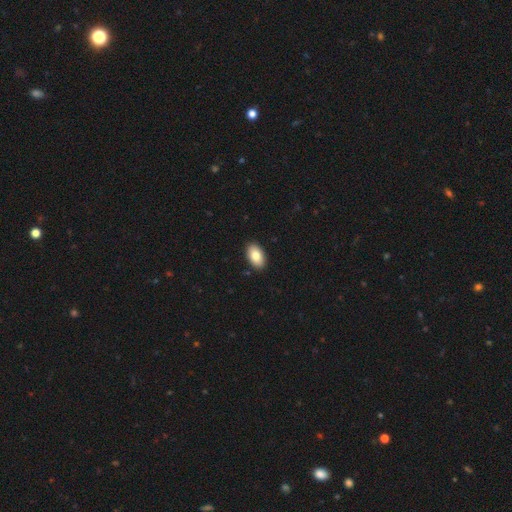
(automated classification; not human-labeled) Q: Smooth or featured?
A: smooth (83%); runner-up: featured or disk (10%)
Q: How rounded?
A: in between (94%); runner-up: round (5%)
Q: Merging?
A: none (90%); runner-up: minor disturbance (7%)